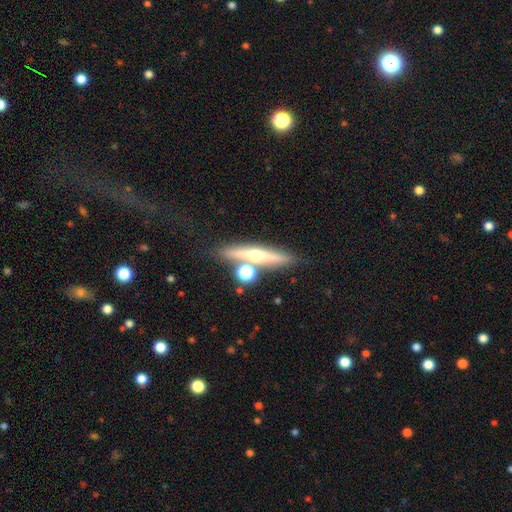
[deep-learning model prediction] A featured or disk galaxy (63%) viewed edge-on (93%) with a rounded central bulge (94%).

Vote fractions:
- Smooth or featured? featured or disk: 63% / smooth: 27% / star or artifact: 10%
- Edge-on disk? yes: 93% / no: 7%
- Edge-on bulge? rounded: 94% / none: 4% / boxy: 2%
- Merging? none: 76% / merger: 12% / minor disturbance: 9% / major disturbance: 3%